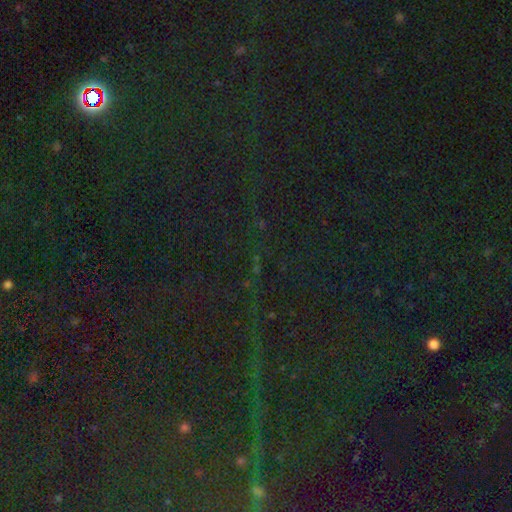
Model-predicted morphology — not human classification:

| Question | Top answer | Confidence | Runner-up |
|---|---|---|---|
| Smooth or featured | star or artifact | 85% | smooth (8%) |